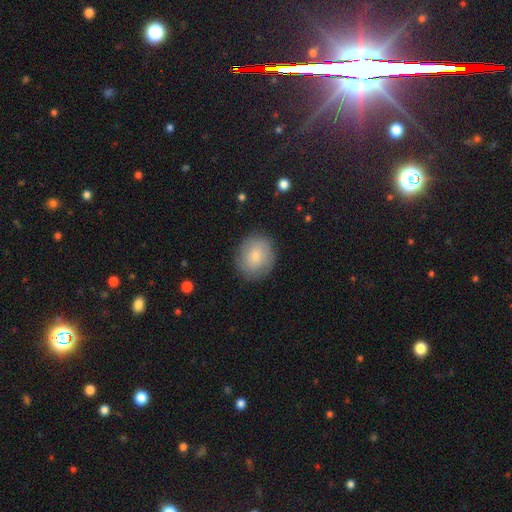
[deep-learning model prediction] smooth 68%, featured or disk 24%, star or artifact 8%. Down the decision tree: how rounded — round (74%); merging — none (83%).